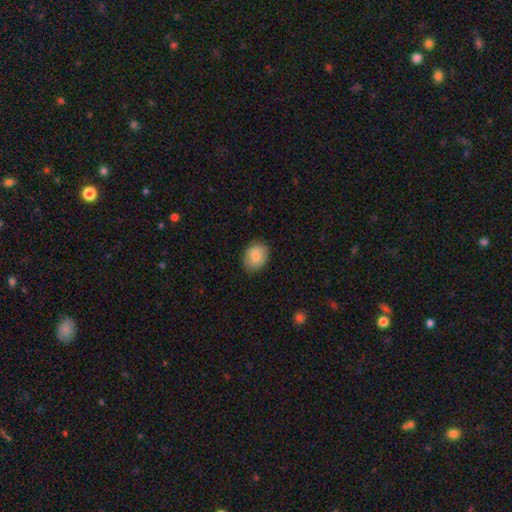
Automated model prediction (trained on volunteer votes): Q: Smooth or featured?
A: smooth (85%); runner-up: featured or disk (8%)
Q: How rounded?
A: in between (61%); runner-up: round (38%)
Q: Merging?
A: none (83%); runner-up: minor disturbance (13%)